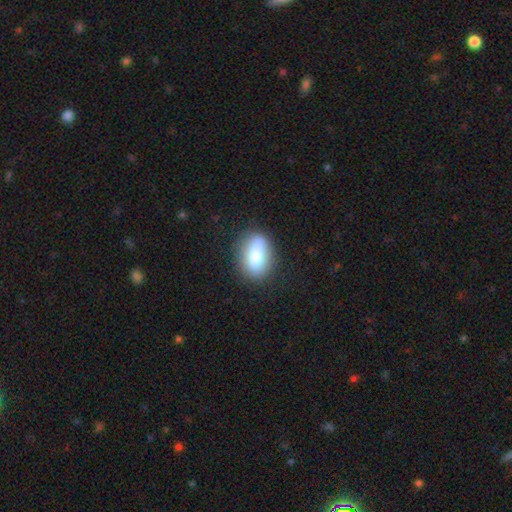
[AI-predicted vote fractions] smooth_or_featured: smooth (p=0.71) [alt: featured or disk p=0.20]
how_rounded: in between (p=0.75) [alt: round p=0.18]
merging: none (p=0.71) [alt: minor disturbance p=0.18]